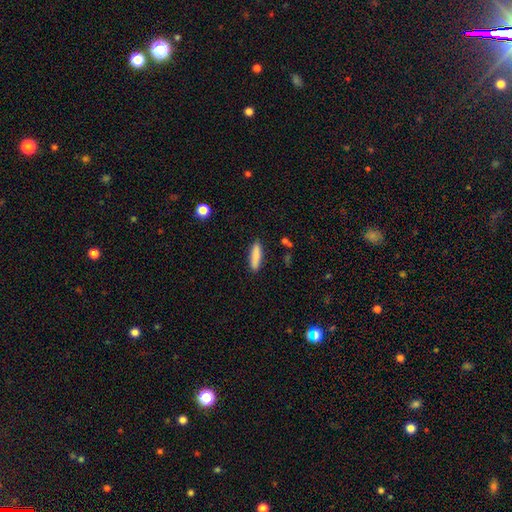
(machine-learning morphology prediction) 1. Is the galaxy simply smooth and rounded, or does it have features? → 86% smooth, 7% featured or disk, 6% star or artifact.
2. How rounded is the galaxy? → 70% cigar-shaped, 28% in between, 2% round.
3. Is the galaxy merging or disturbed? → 87% none, 10% minor disturbance, 2% major disturbance, 2% merger.